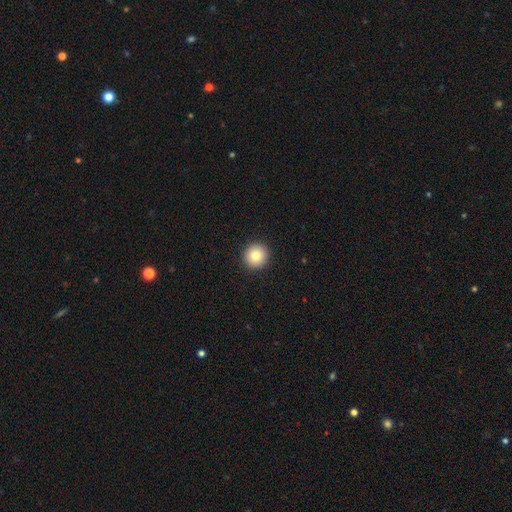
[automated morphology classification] Overall: smooth (83%). How rounded: round (95%). Merging: none (93%).